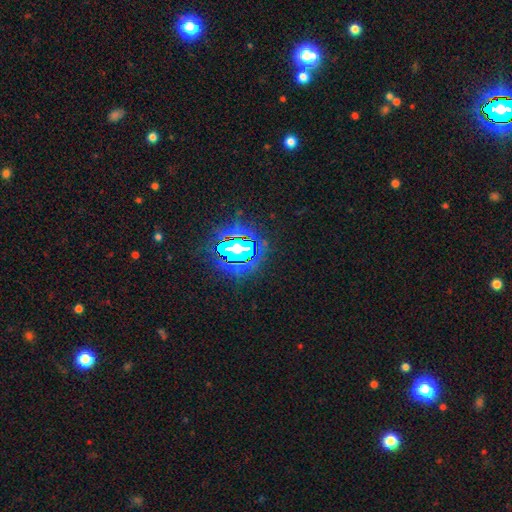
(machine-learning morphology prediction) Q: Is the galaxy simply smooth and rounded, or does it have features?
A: star or artifact — 84%.